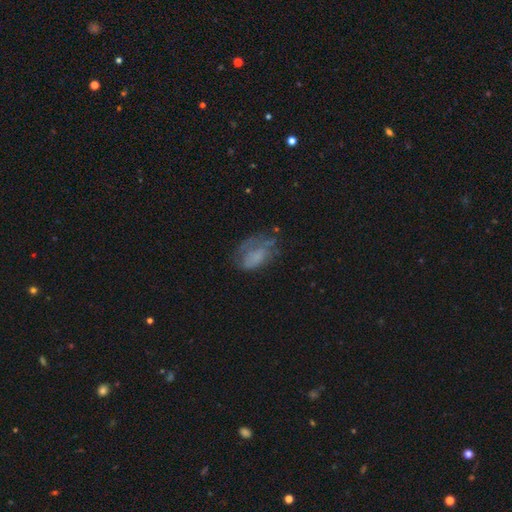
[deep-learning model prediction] smooth_or_featured: smooth (p=0.46) [alt: featured or disk p=0.41]
merging: none (p=0.39) [alt: major disturbance p=0.31]